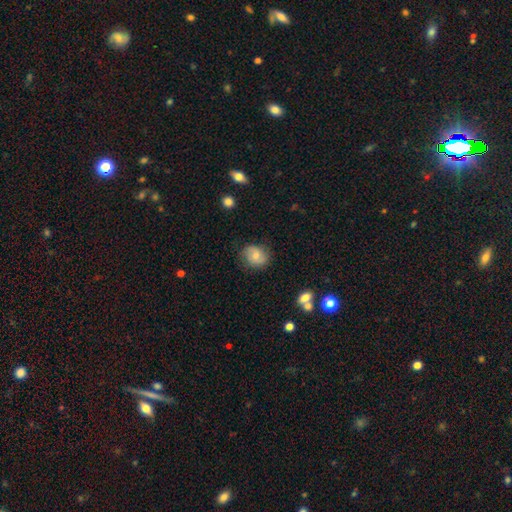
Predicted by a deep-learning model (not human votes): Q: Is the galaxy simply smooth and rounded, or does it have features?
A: smooth — 69%.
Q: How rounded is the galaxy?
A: round — 58%.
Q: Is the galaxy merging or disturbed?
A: none — 76%.